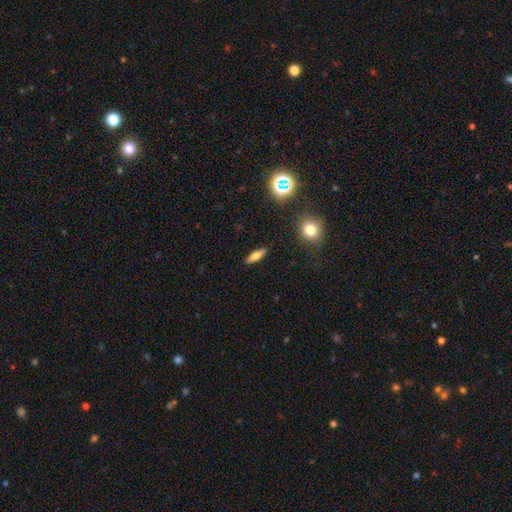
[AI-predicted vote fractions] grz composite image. It shows a smooth galaxy with no disk features (67%) that is cigar-shaped (51%). Merging: none (89%).